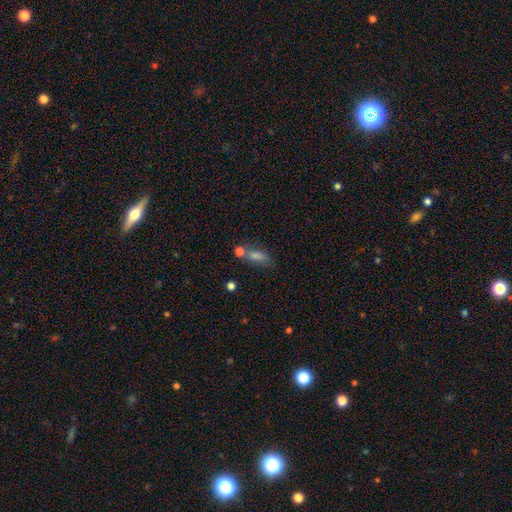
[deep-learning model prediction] This appears to be a smooth galaxy with no disk features (66%) that is in between round and cigar-shaped (69%). Merging: none (54%).